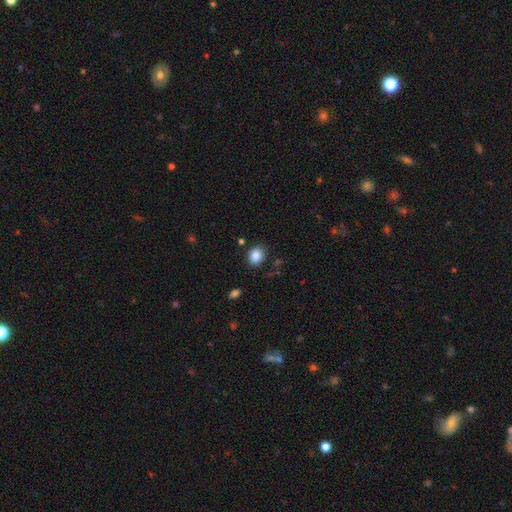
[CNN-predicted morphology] Smooth or featured?
  - smooth: 87% *
  - star or artifact: 9%
  - featured or disk: 4%
How rounded?
  - round: 53% *
  - in between: 46%
  - cigar-shaped: 1%
Merging?
  - none: 83% *
  - minor disturbance: 11%
  - major disturbance: 3%
  - merger: 2%